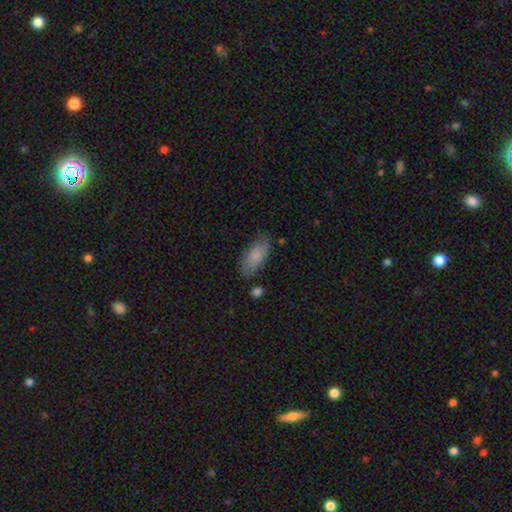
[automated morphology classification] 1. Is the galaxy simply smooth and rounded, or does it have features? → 82% smooth, 12% featured or disk, 6% star or artifact.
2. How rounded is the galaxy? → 89% in between, 9% cigar-shaped, 2% round.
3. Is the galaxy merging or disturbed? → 77% none, 16% minor disturbance, 3% major disturbance, 3% merger.